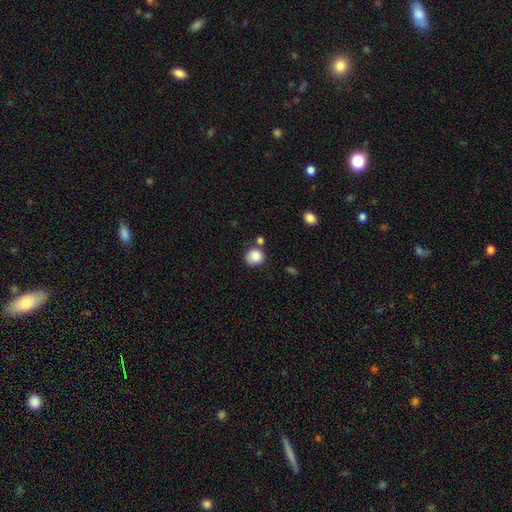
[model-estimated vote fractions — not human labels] Morphology: type=smooth (87%); roundness=round (85%); merging=none (67%).